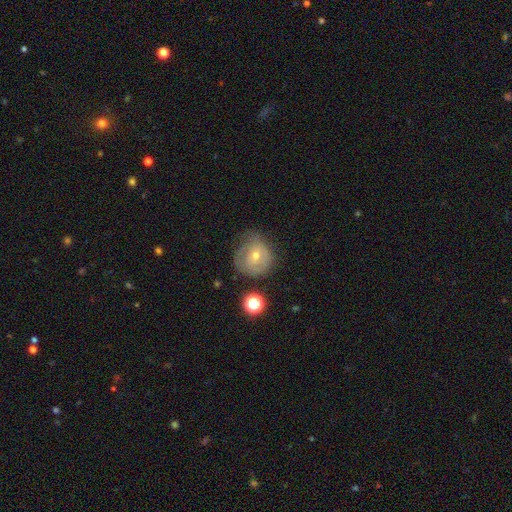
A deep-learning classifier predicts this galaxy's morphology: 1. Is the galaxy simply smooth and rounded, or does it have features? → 48% featured or disk, 40% smooth, 12% star or artifact.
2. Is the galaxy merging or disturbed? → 58% none, 27% minor disturbance, 12% major disturbance, 3% merger.